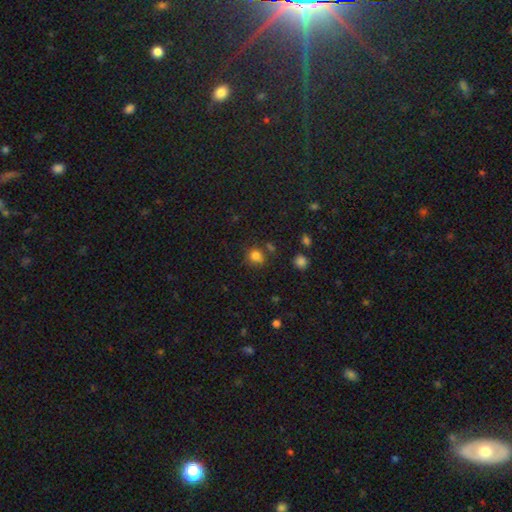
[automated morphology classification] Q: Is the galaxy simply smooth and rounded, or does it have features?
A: smooth — 79%.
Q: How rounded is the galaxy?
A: round — 77%.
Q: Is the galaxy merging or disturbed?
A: none — 70%.